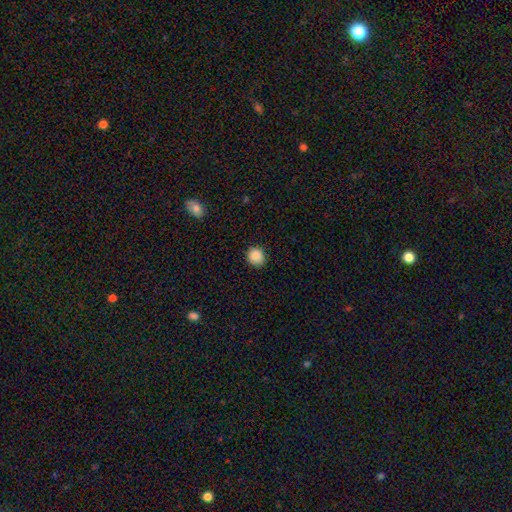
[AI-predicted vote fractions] Overall: smooth (88%). How rounded: round (87%). Merging: none (88%).